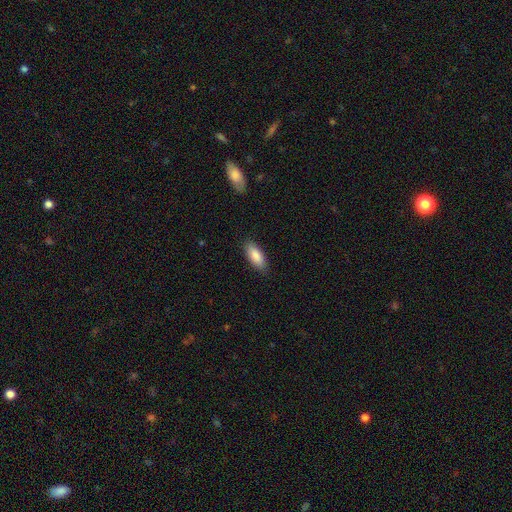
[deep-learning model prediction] Q: Smooth or featured?
A: smooth (87%); runner-up: featured or disk (7%)
Q: How rounded?
A: in between (79%); runner-up: cigar-shaped (19%)
Q: Merging?
A: none (87%); runner-up: minor disturbance (10%)